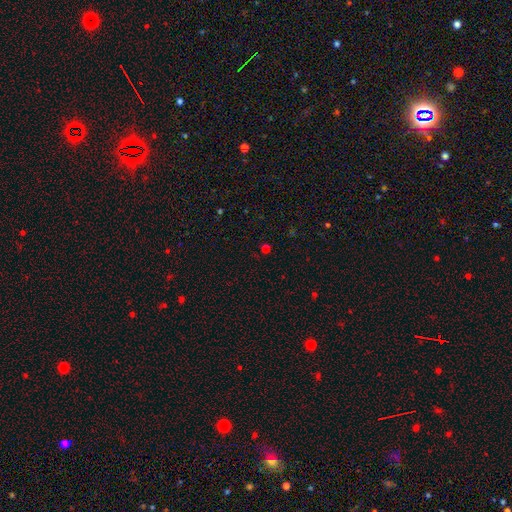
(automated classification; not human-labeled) Q: Smooth or featured?
A: star or artifact (52%); runner-up: smooth (41%)